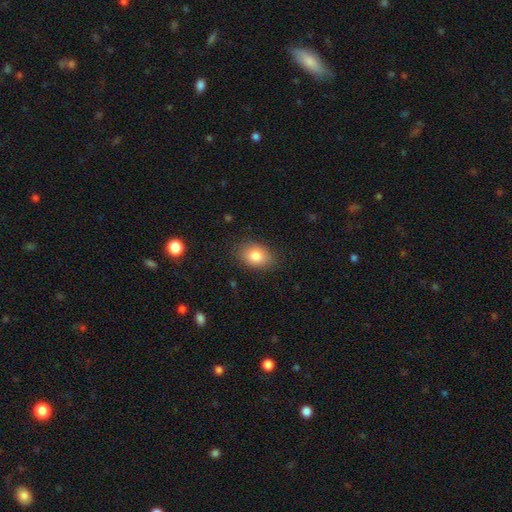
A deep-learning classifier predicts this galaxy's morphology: type=smooth (83%); roundness=in between (79%); merging=none (83%).